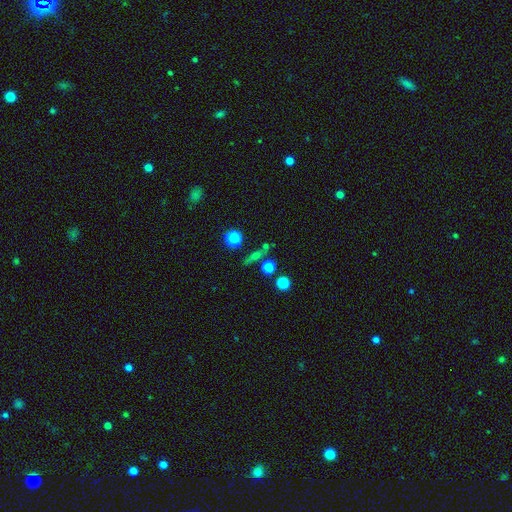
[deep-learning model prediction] This appears to be a smooth galaxy with no disk features (49%). Merging: none (67%).